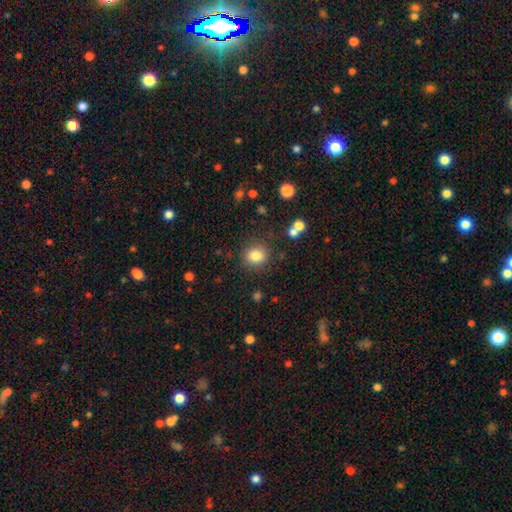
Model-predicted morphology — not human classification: A smooth galaxy with no disk features (82%) that is round (75%).

Vote fractions:
- Smooth or featured? smooth: 82% / star or artifact: 11% / featured or disk: 7%
- How rounded? round: 75% / in between: 24% / cigar-shaped: 1%
- Merging? none: 84% / minor disturbance: 10% / major disturbance: 4% / merger: 3%